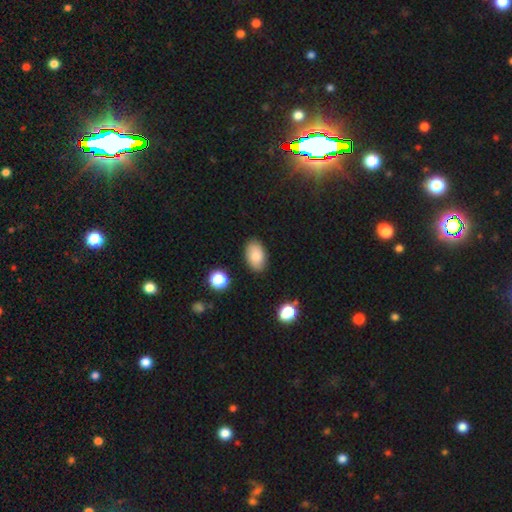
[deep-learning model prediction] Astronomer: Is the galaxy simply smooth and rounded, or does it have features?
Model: smooth — 85%.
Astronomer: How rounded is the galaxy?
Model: in between — 92%.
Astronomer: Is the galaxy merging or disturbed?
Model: none — 86%.